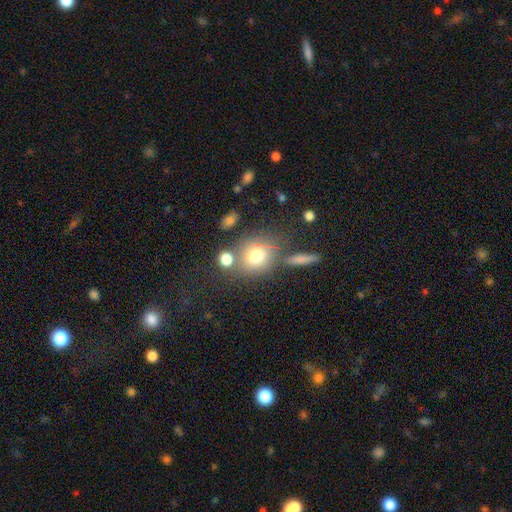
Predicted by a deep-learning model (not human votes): A smooth galaxy with no disk features (72%) that is round (74%).

Vote fractions:
- Smooth or featured? smooth: 72% / featured or disk: 14% / star or artifact: 14%
- How rounded? round: 74% / in between: 24% / cigar-shaped: 2%
- Merging? none: 62% / merger: 18% / minor disturbance: 13% / major disturbance: 6%